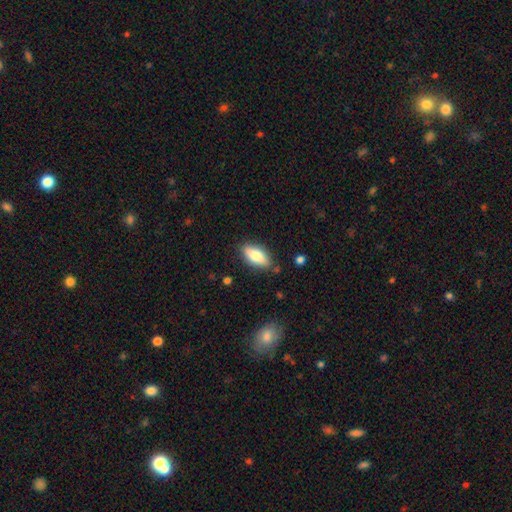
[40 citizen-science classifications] Volunteers were most divided on "smooth or featured": smooth: 72%, featured or disk: 25%, star or artifact: 2%. More confident: how rounded — in between (90%); merging — none (74%).